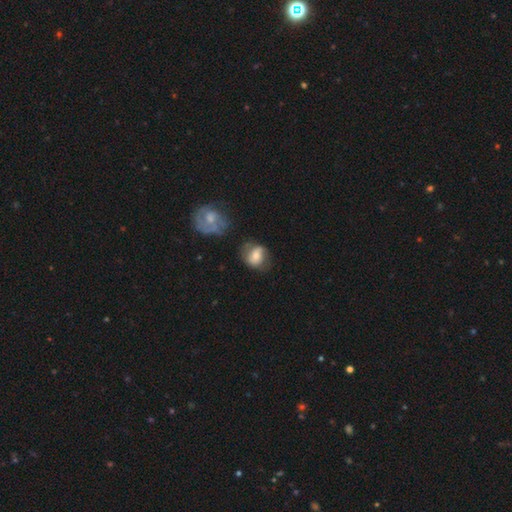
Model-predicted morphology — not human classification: Smooth or featured? smooth (51%)
How rounded? round (60%)
Merging? none (56%)